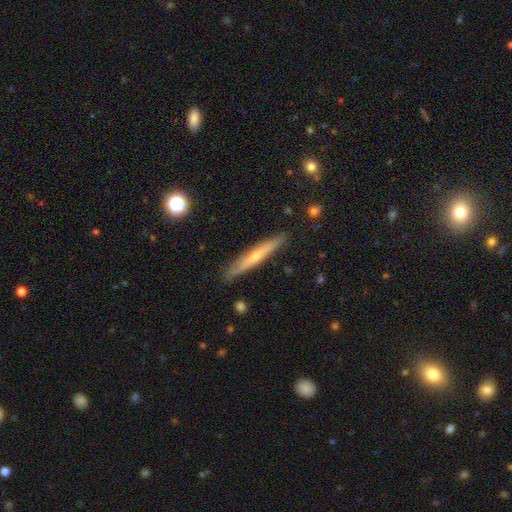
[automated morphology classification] Smooth or featured: featured or disk — 52% (smooth — 42%)
Edge-on disk: yes — 93% (no — 7%)
Merging: none — 88% (minor disturbance — 9%)